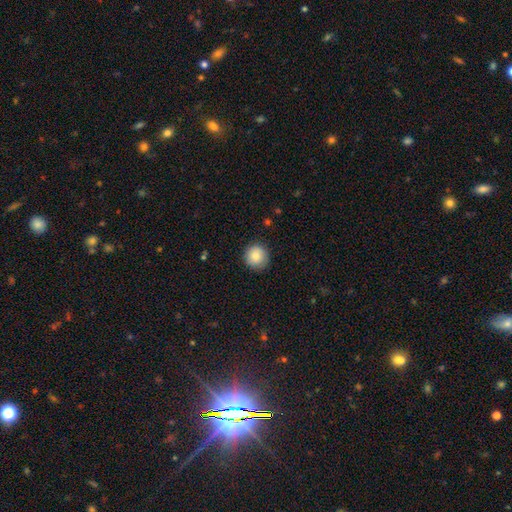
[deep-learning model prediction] This appears to be a smooth galaxy with no disk features (86%) that is round (93%). Merging: none (88%).